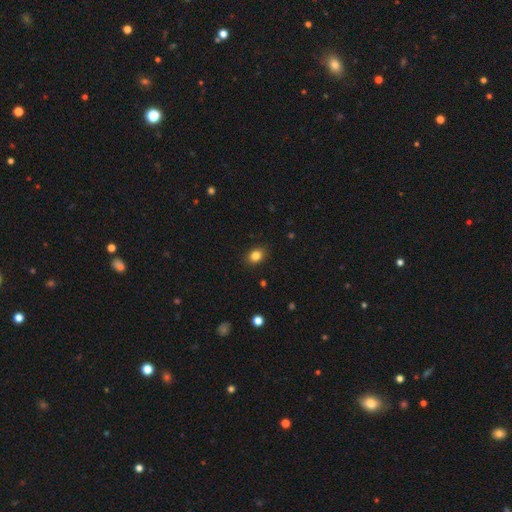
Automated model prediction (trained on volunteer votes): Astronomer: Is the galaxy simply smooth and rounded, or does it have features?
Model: smooth — 84%.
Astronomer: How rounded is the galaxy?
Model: in between — 54% (runner-up: round, 45%).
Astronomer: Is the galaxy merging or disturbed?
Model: none — 88%.